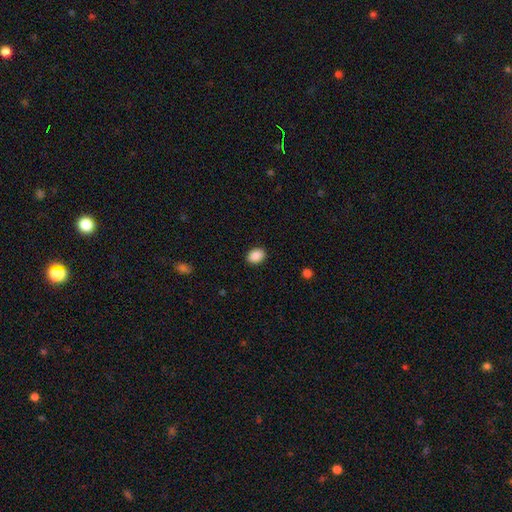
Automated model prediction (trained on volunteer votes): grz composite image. It shows a smooth galaxy with no disk features (90%) that is in between round and cigar-shaped (67%). Merging: none (89%).